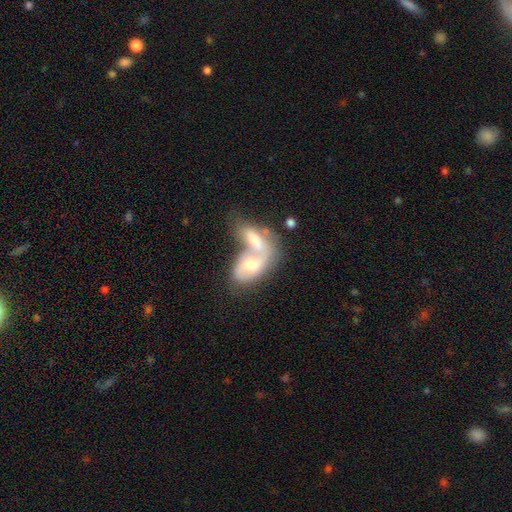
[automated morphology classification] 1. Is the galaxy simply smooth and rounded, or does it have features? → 55% featured or disk, 37% smooth, 8% star or artifact.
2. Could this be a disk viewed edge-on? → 93% no, 7% yes.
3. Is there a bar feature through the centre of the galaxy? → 65% no, 26% weak, 9% strong.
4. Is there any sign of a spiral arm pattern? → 59% yes, 41% no.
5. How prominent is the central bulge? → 59% moderate, 23% small, 10% large, 5% none, 2% dominant.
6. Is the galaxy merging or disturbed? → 79% merger, 10% none, 6% major disturbance, 5% minor disturbance.